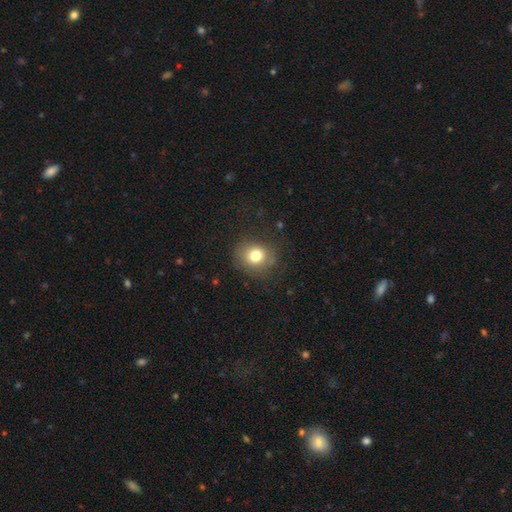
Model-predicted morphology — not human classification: Q: Smooth or featured?
A: smooth (79%); runner-up: star or artifact (11%)
Q: How rounded?
A: round (78%); runner-up: in between (21%)
Q: Merging?
A: none (79%); runner-up: minor disturbance (14%)